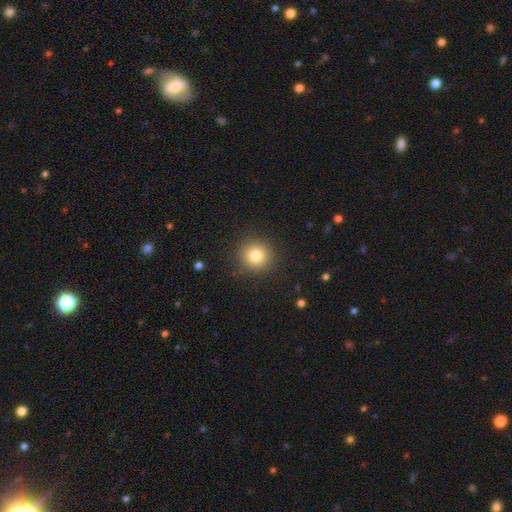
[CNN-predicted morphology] Smooth or featured? smooth (81%)
How rounded? round (93%)
Merging? none (90%)